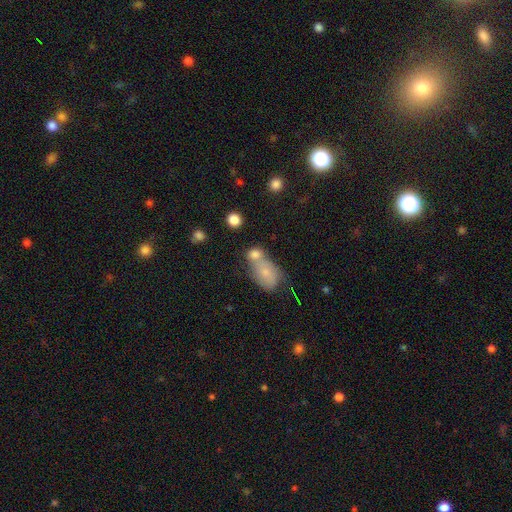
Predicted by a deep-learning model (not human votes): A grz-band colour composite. It shows a smooth galaxy with no disk features (73%) that is in between round and cigar-shaped (55%). Merging: merger (50%).